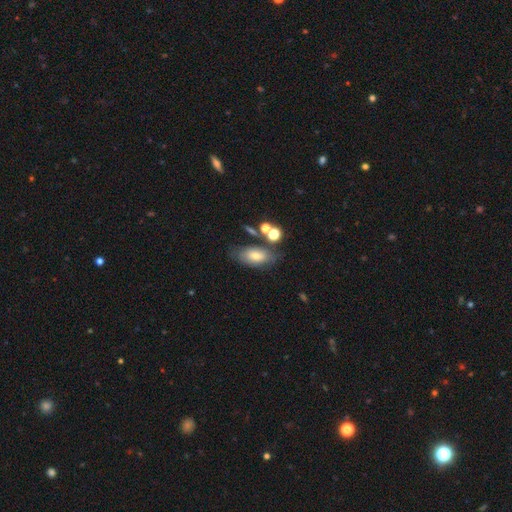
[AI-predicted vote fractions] Smooth or featured? Predicted: smooth (p=0.67). How rounded? Predicted: in between (p=0.86). Merging? Predicted: none (p=0.59).